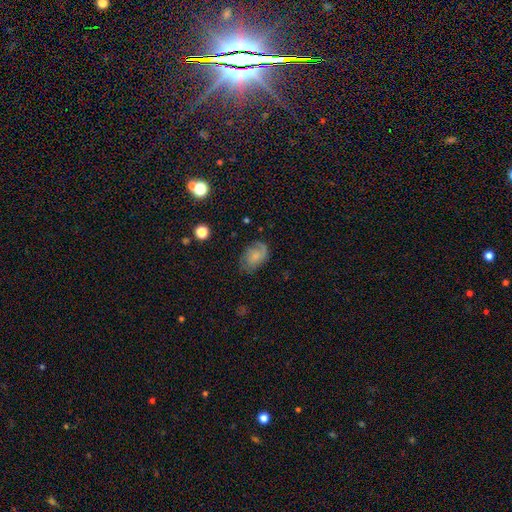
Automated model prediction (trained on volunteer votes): The model was most divided on "smooth or featured": smooth: 58%, featured or disk: 33%, star or artifact: 9%. More confident: how rounded — in between (84%); merging — none (64%).